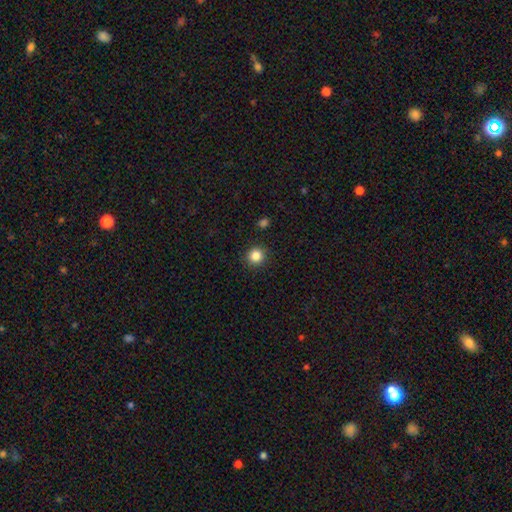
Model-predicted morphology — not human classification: Smooth or featured?
  - smooth: 84% *
  - star or artifact: 11%
  - featured or disk: 4%
How rounded?
  - round: 93% *
  - in between: 6%
  - cigar-shaped: 1%
Merging?
  - none: 91% *
  - minor disturbance: 6%
  - major disturbance: 2%
  - merger: 1%